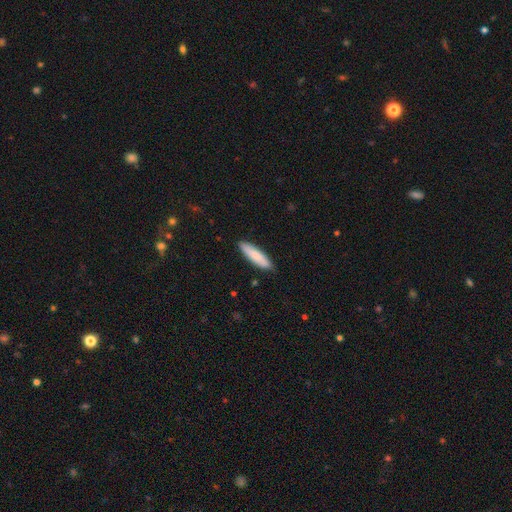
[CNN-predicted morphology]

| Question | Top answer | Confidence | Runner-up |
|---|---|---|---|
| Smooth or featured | smooth | 84% | featured or disk (11%) |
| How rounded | cigar-shaped | 70% | in between (29%) |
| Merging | none | 86% | minor disturbance (11%) |